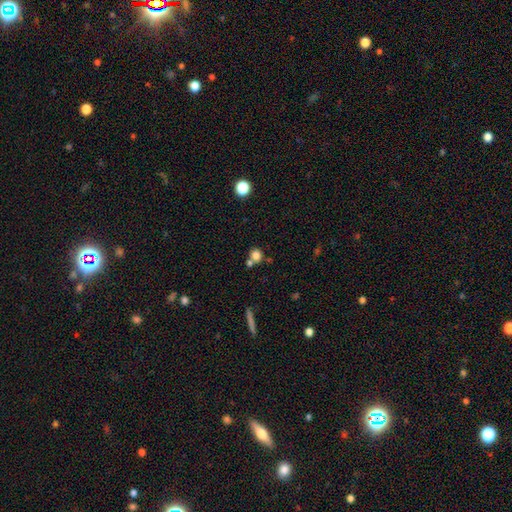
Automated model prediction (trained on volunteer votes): Smooth or featured: smooth — 78% (star or artifact — 13%)
How rounded: round — 84% (in between — 15%)
Merging: none — 55% (merger — 32%)